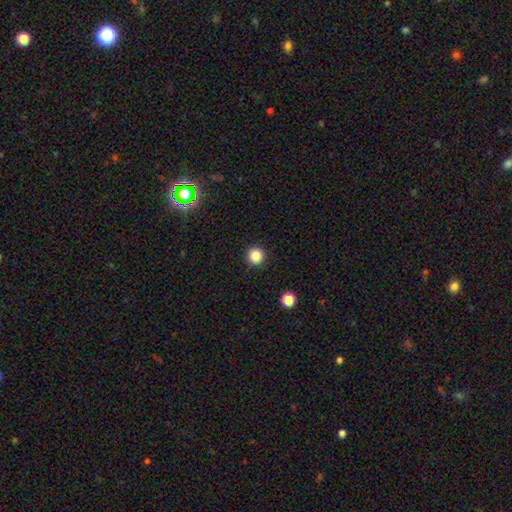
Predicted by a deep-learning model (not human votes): This appears to be a smooth galaxy with no disk features (85%) that is round (95%). Merging: none (92%).